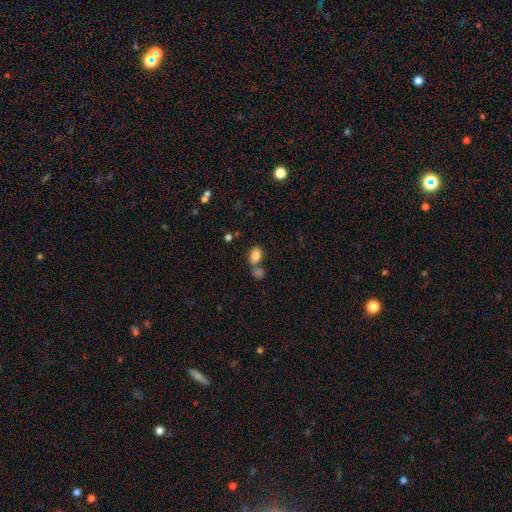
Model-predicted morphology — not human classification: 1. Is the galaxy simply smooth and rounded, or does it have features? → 83% smooth, 10% star or artifact, 7% featured or disk.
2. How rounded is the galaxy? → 85% in between, 13% round, 2% cigar-shaped.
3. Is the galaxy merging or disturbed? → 46% none, 38% merger, 11% minor disturbance, 5% major disturbance.